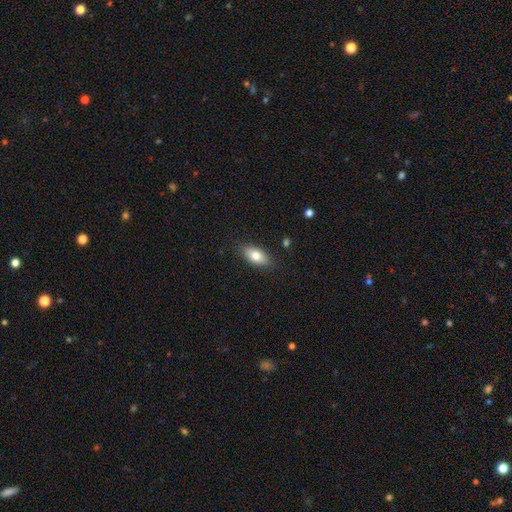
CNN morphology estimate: smooth_or_featured: smooth (p=0.79) [alt: featured or disk p=0.14]
how_rounded: in between (p=0.87) [alt: cigar-shaped p=0.09]
merging: none (p=0.85) [alt: minor disturbance p=0.11]